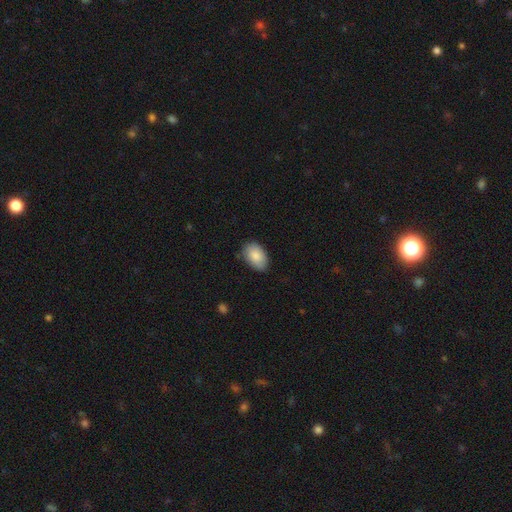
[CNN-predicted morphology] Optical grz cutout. It shows a smooth galaxy with no disk features (87%) that is in between round and cigar-shaped (91%). Merging: none (79%).